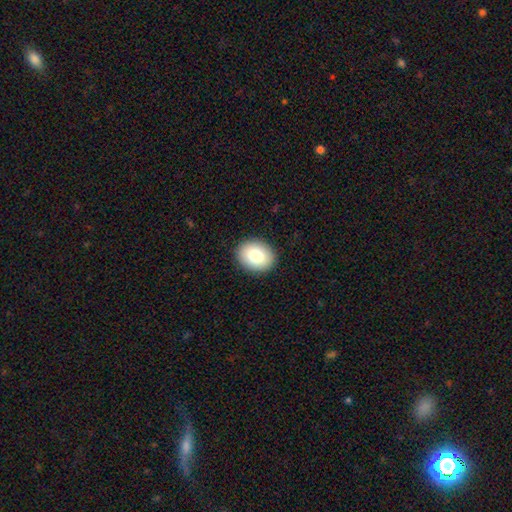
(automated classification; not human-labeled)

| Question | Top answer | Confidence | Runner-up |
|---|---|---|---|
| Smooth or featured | smooth | 82% | featured or disk (10%) |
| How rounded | in between | 55% | round (44%) |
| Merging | none | 91% | minor disturbance (6%) |